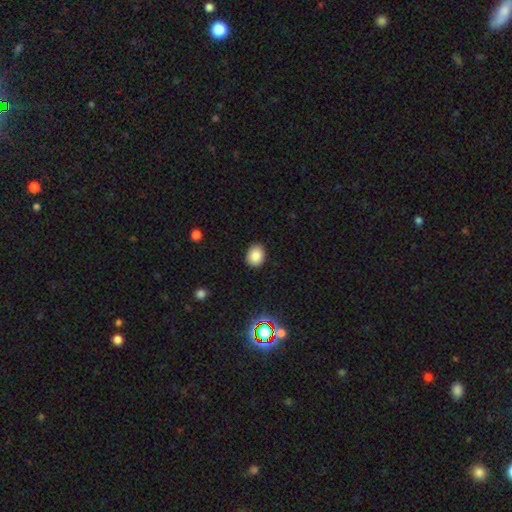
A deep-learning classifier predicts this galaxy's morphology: Q: Smooth or featured?
A: smooth (86%); runner-up: star or artifact (10%)
Q: How rounded?
A: round (51%); runner-up: in between (48%)
Q: Merging?
A: none (88%); runner-up: minor disturbance (8%)